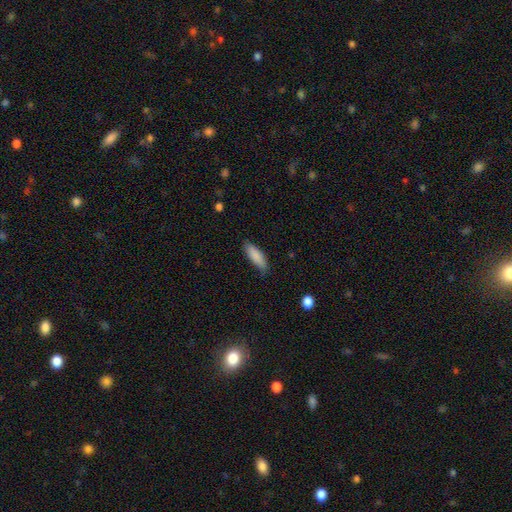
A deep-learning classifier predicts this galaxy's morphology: Smooth or featured? smooth (87%)
How rounded? in between (54%)
Merging? none (82%)